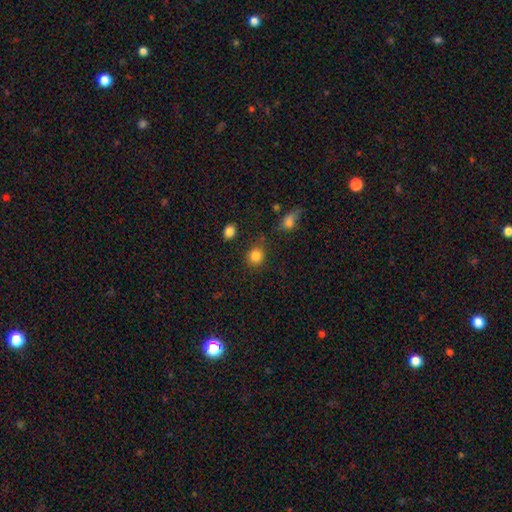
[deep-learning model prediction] This appears to be a smooth galaxy with no disk features (85%) that is round (87%). Merging: none (78%).